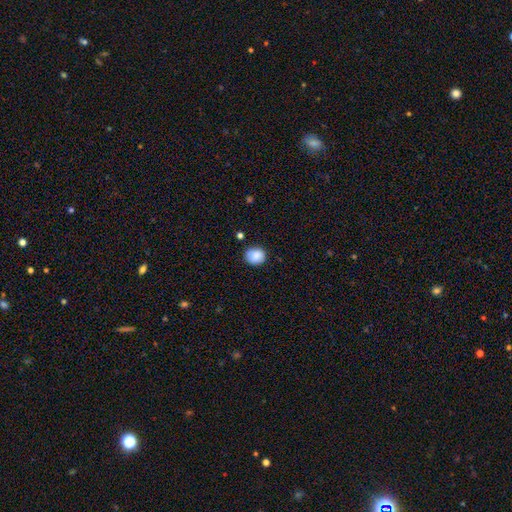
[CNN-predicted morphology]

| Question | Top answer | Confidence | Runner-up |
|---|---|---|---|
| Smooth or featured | smooth | 88% | star or artifact (8%) |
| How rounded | round | 71% | in between (28%) |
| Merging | none | 80% | minor disturbance (15%) |